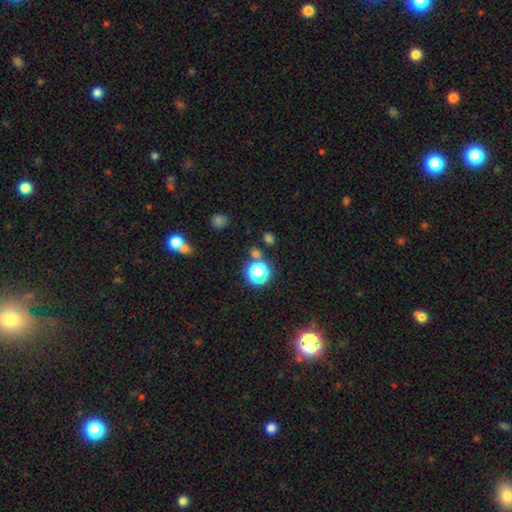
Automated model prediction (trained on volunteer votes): Smooth or featured?
  - star or artifact: 49% *
  - smooth: 43%
  - featured or disk: 8%